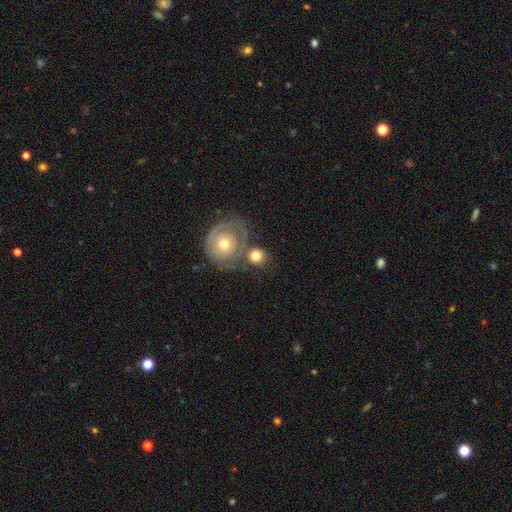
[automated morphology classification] A smooth galaxy with no disk features (67%) that is round (85%). Merging: none (51%).